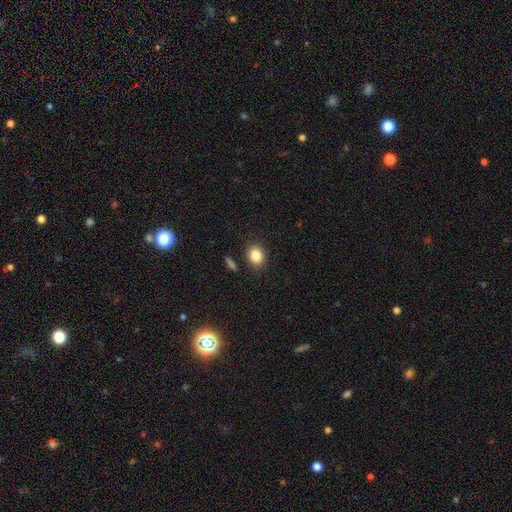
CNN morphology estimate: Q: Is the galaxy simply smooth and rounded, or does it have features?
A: smooth — 84%.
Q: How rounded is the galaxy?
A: round — 52%.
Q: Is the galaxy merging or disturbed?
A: none — 86%.